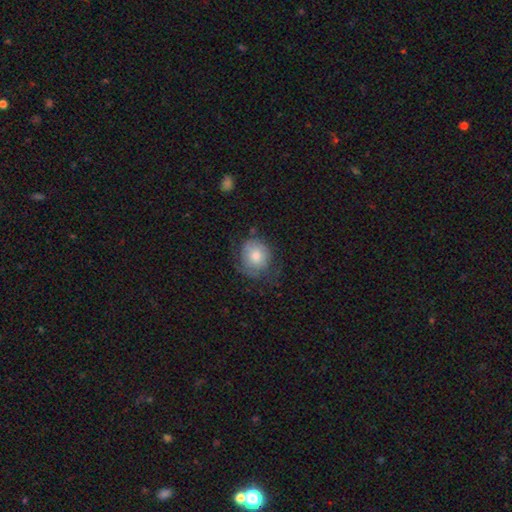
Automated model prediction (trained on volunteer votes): This appears to be a smooth galaxy with no disk features (63%) that is round (75%). Merging: none (58%).